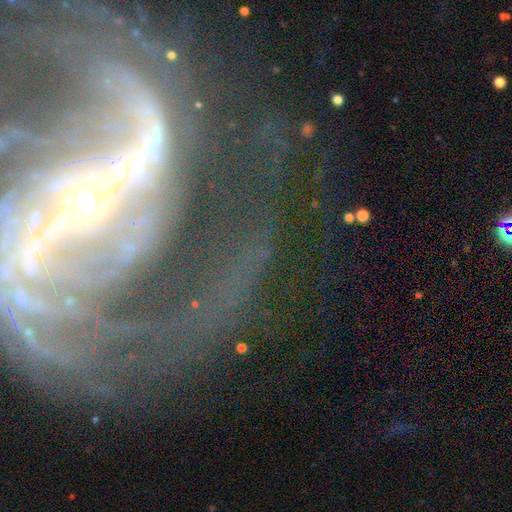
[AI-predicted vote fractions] A featured or disk galaxy (88%) with a strong bar (71%), 2 (65%) medium (43%) spiral arms (94%) and a small central bulge (78%). Merging: none (52%).